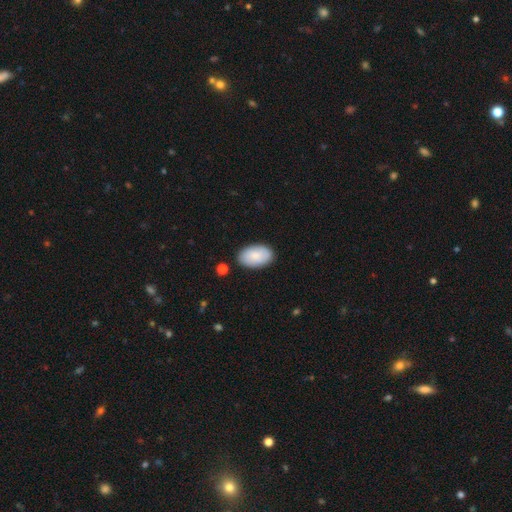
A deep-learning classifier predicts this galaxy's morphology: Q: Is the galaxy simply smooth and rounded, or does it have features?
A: smooth — 83%.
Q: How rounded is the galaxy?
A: in between — 94%.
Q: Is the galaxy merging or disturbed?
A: none — 85%.